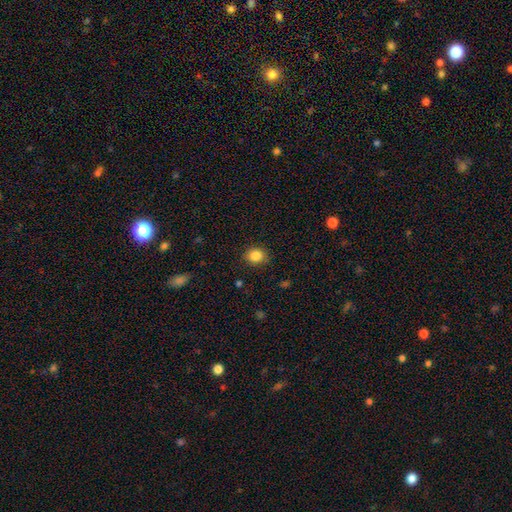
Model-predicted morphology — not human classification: This is clearly a smooth galaxy (85%). How rounded: likely round (68%). Merging: clearly none (85%).